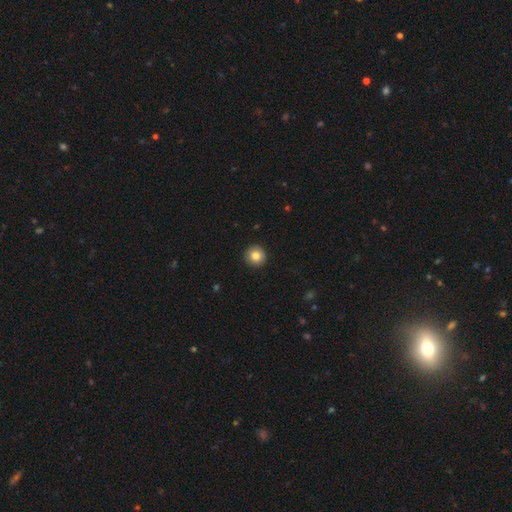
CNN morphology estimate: type=smooth (83%); roundness=round (96%); merging=none (92%).